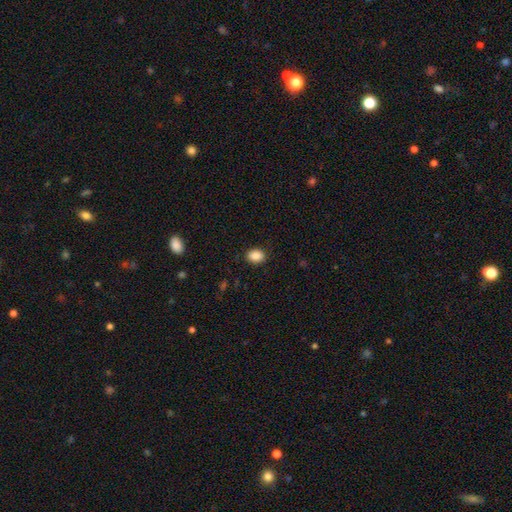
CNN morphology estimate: smooth_or_featured: smooth (p=0.89) [alt: star or artifact p=0.08]
how_rounded: in between (p=0.61) [alt: round p=0.38]
merging: none (p=0.88) [alt: minor disturbance p=0.08]